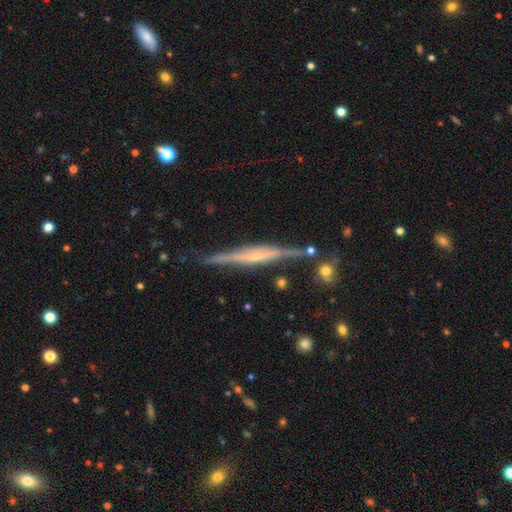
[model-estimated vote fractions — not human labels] smooth_or_featured: featured or disk (p=0.78) [alt: smooth p=0.15]
disk_edge_on: yes (p=0.97) [alt: no p=0.03]
edge_on_bulge: rounded (p=0.47) [alt: none p=0.30]
merging: none (p=0.80) [alt: minor disturbance p=0.13]